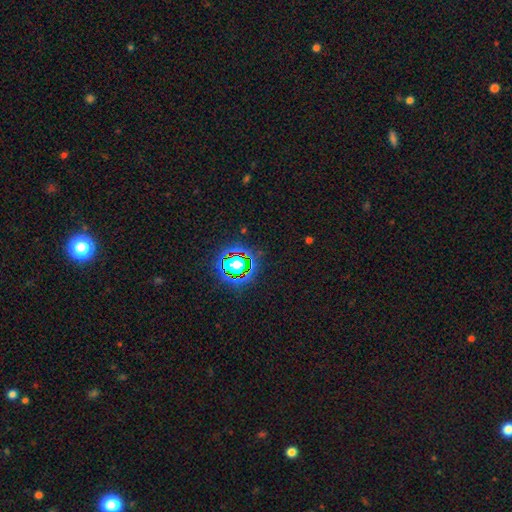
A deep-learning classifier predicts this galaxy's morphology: This is likely a star or artifact rather than a galaxy (78%).